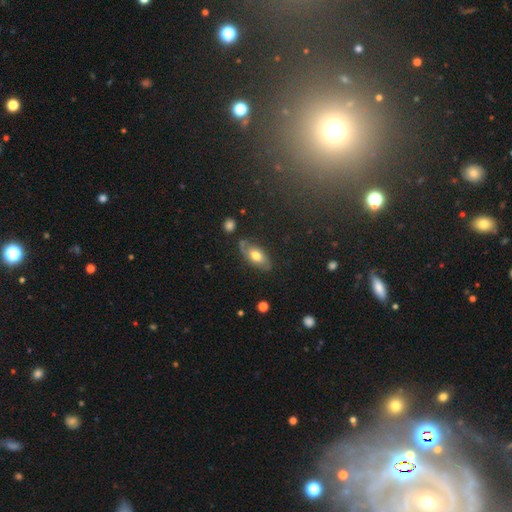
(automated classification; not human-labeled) Smooth or featured? smooth (55%)
How rounded? in between (88%)
Merging? none (73%)